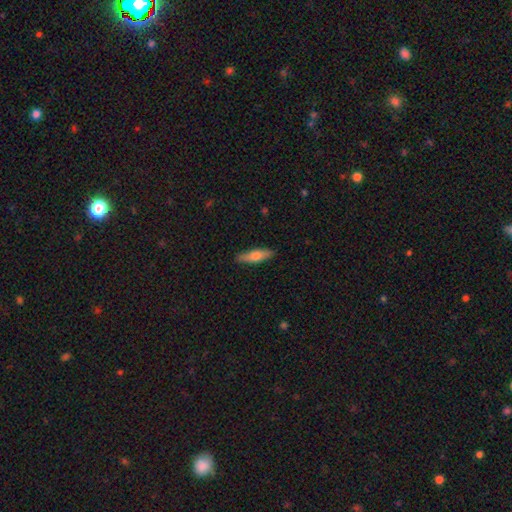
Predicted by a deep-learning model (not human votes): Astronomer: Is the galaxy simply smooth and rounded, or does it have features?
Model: smooth — 65%.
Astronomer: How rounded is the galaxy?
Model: cigar-shaped — 64%.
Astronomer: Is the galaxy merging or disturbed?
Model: none — 89%.